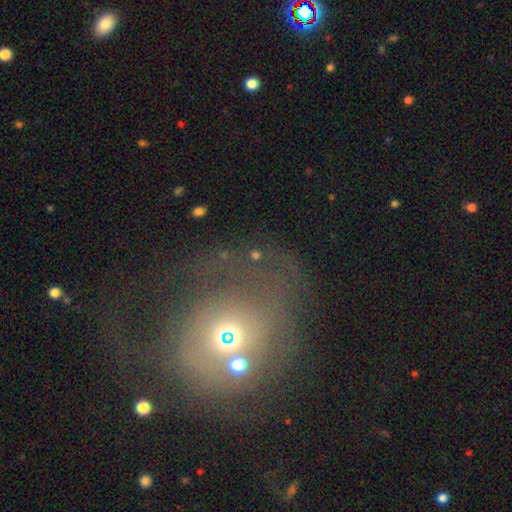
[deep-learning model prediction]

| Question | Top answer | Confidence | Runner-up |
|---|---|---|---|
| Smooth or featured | star or artifact | 40% | smooth (30%) |